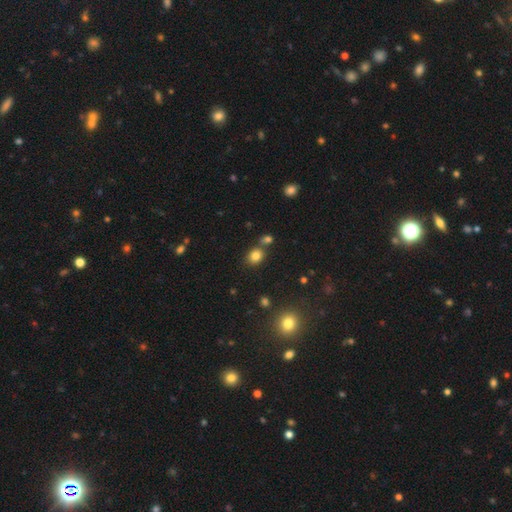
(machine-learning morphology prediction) The model was most divided on "how rounded": round: 63%, in between: 36%, cigar-shaped: 1%. More confident: smooth or featured — smooth (80%); merging — none (69%).